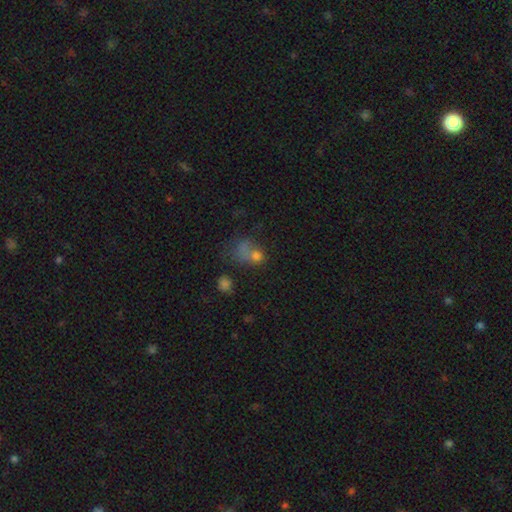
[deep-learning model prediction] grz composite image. It shows a smooth galaxy with no disk features (67%) that is round (53%). Merging: merger (37%).